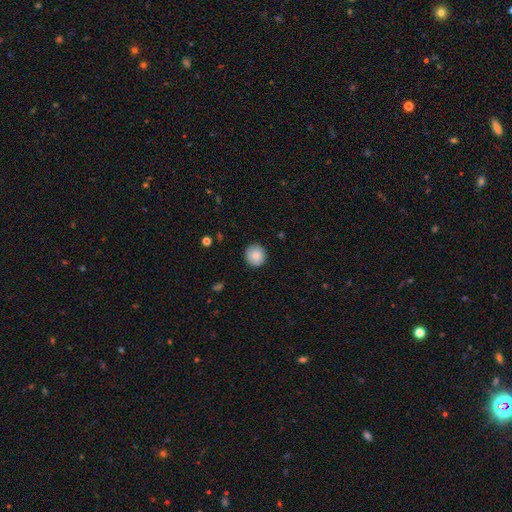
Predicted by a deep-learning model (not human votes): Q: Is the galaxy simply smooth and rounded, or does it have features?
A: smooth — 86%.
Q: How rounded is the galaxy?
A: round — 91%.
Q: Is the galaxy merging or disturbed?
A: none — 89%.